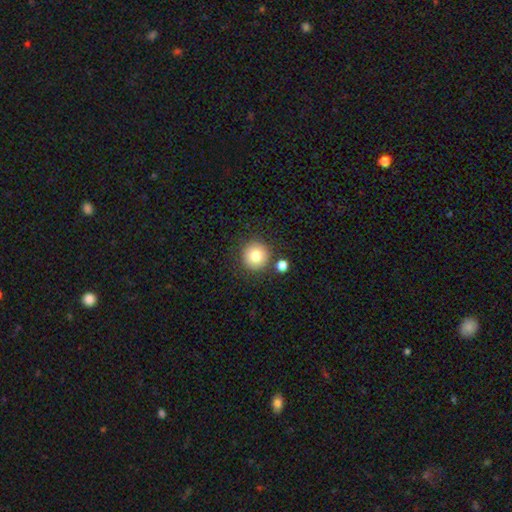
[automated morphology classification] This is clearly a smooth galaxy (81%). How rounded: clearly round (95%). Merging: clearly none (82%).